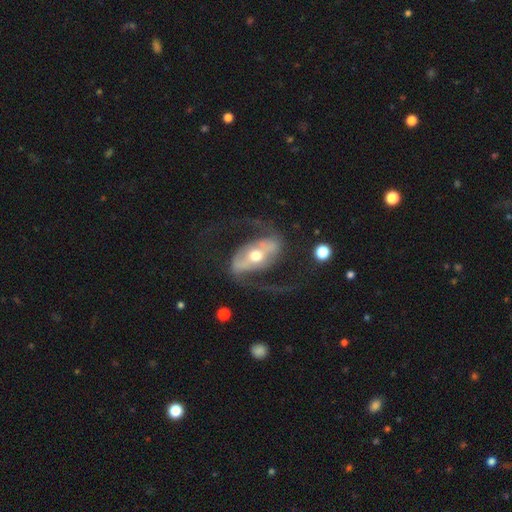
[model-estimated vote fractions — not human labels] featured or disk 87%, smooth 9%, star or artifact 4%. Down the decision tree: edge-on disk — no (94%); bar — strong (51%); spiral arms — yes (90%); spiral arm count — 2 (93%); spiral winding — loose (53%); bulge size — moderate (74%); merging — none (66%).